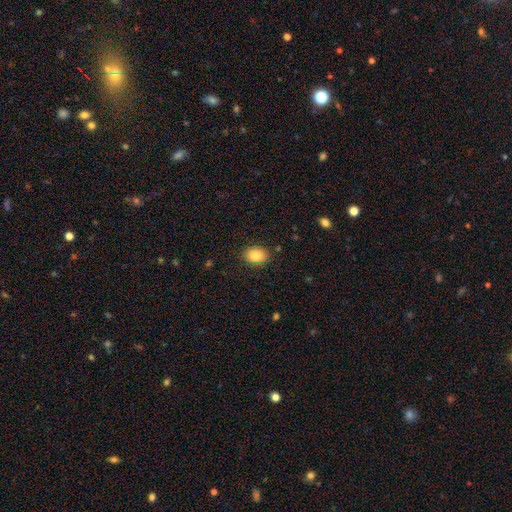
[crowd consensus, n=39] Smooth or featured? 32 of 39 (82%) said smooth. How rounded? 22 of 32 (69%) said round. Merging? 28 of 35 (80%) said none.